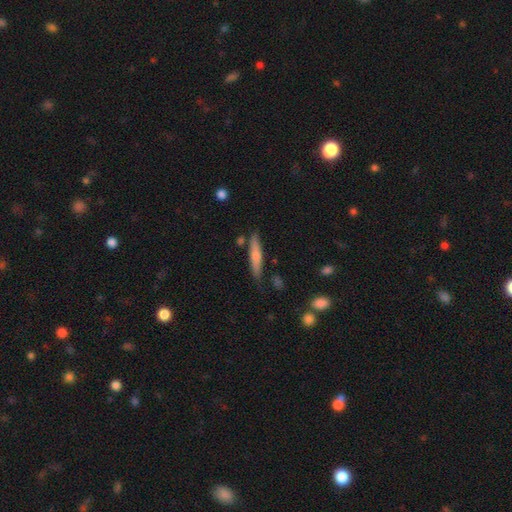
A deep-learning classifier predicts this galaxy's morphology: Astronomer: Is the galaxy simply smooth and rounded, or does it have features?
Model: smooth — 64%.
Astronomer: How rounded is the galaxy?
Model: cigar-shaped — 88%.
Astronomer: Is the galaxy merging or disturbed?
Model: none — 79%.